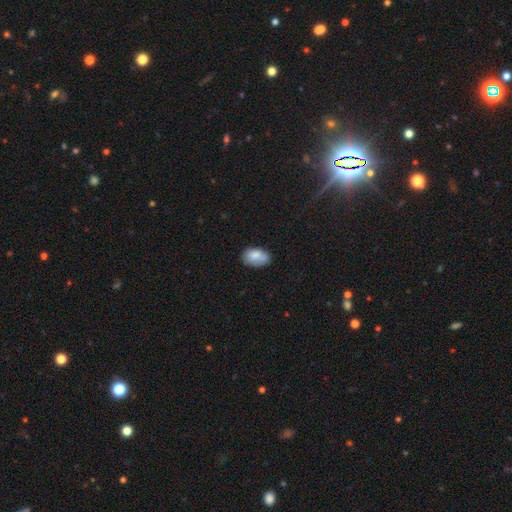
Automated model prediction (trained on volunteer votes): Q: Smooth or featured?
A: smooth (80%); runner-up: featured or disk (13%)
Q: How rounded?
A: in between (89%); runner-up: round (10%)
Q: Merging?
A: none (62%); runner-up: minor disturbance (27%)